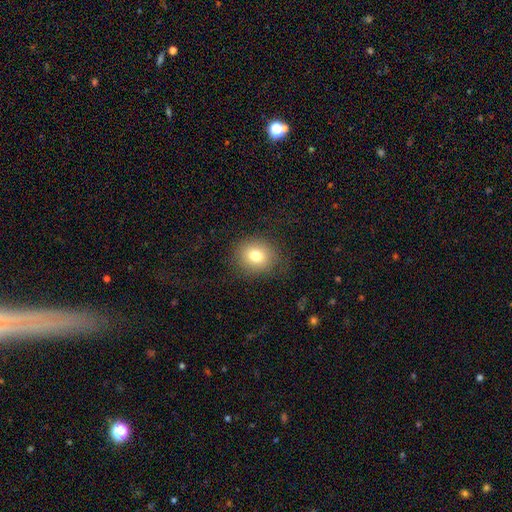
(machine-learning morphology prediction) smooth-or-featured: smooth: 78% | star or artifact: 11% | featured or disk: 11%
  how-rounded: round: 72% | in between: 28% | cigar-shaped: 1%
  merging: none: 84% | minor disturbance: 11% | major disturbance: 4% | merger: 1%